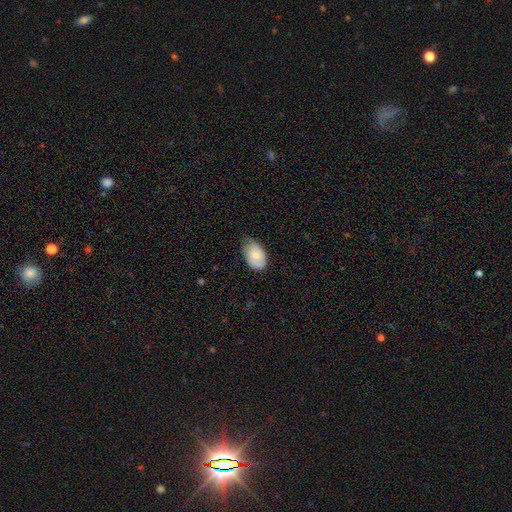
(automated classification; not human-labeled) Smooth or featured: smooth — 77% (featured or disk — 17%)
How rounded: in between — 89% (round — 9%)
Merging: none — 54% (minor disturbance — 38%)